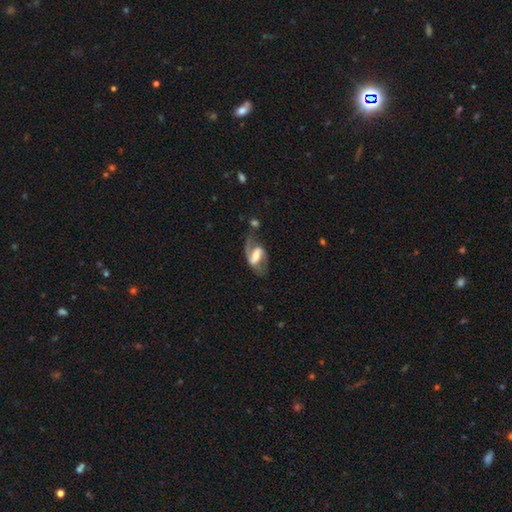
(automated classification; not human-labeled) Smooth or featured? featured or disk (79%)
Edge-on disk? no (95%)
Bar? strong (55%)
Spiral arms? yes (89%)
Spiral winding? medium (45%)
Spiral arm count? 2 (83%)
Bulge size? moderate (50%)
Merging? none (58%)